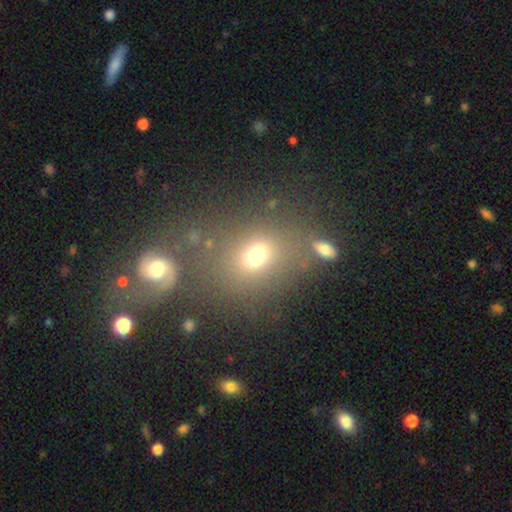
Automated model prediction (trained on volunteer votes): smooth-or-featured: smooth: 70% | star or artifact: 19% | featured or disk: 11%
  how-rounded: round: 51% | in between: 47% | cigar-shaped: 2%
  merging: none: 68% | minor disturbance: 13% | merger: 11% | major disturbance: 8%